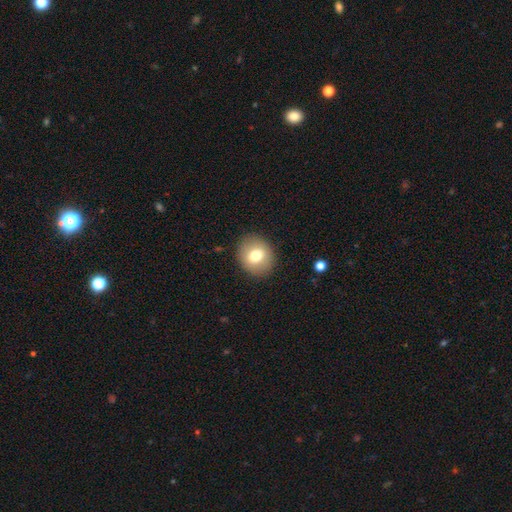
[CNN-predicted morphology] Smooth or featured? Predicted: smooth (p=0.73). How rounded? Predicted: round (p=0.76). Merging? Predicted: none (p=0.89).